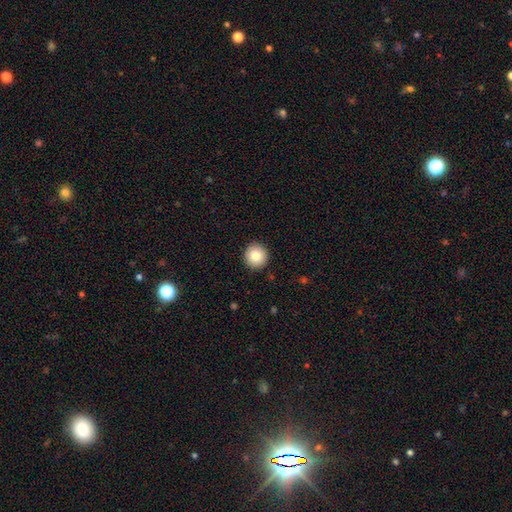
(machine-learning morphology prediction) Smooth or featured: smooth — 84% (star or artifact — 9%)
How rounded: round — 95% (in between — 4%)
Merging: none — 92% (minor disturbance — 5%)